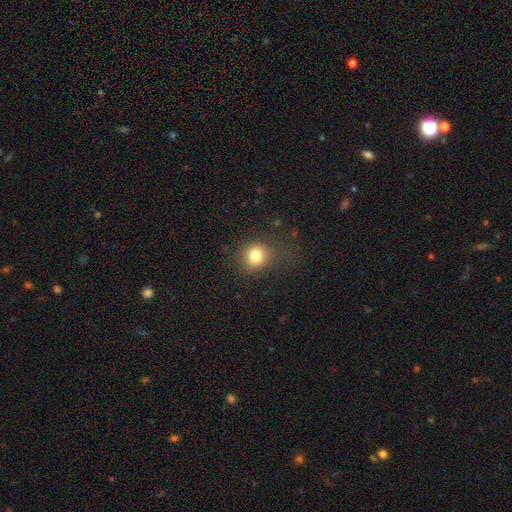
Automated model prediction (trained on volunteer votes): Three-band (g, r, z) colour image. It shows a smooth galaxy with no disk features (79%) that is round (80%). Merging: none (73%).